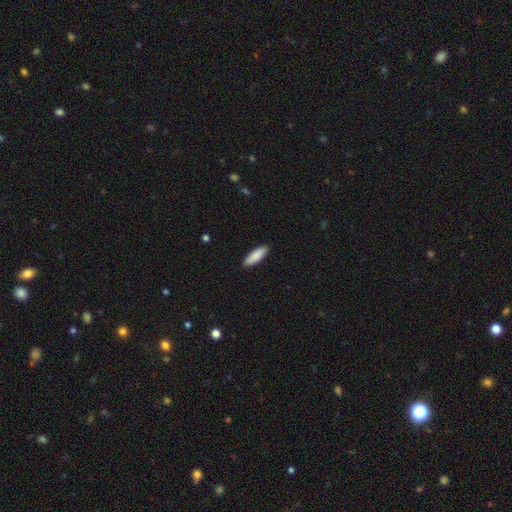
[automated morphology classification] This appears to be a smooth galaxy with no disk features (88%) that is in between round and cigar-shaped (55%). Merging: none (90%).